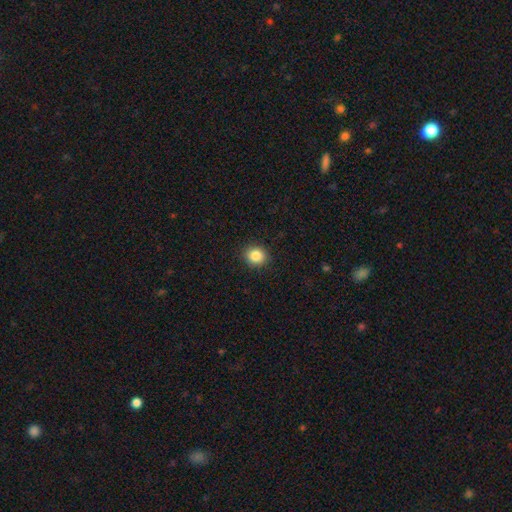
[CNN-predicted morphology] smooth 86%, star or artifact 10%, featured or disk 4%. Down the decision tree: how rounded — round (77%); merging — none (91%).